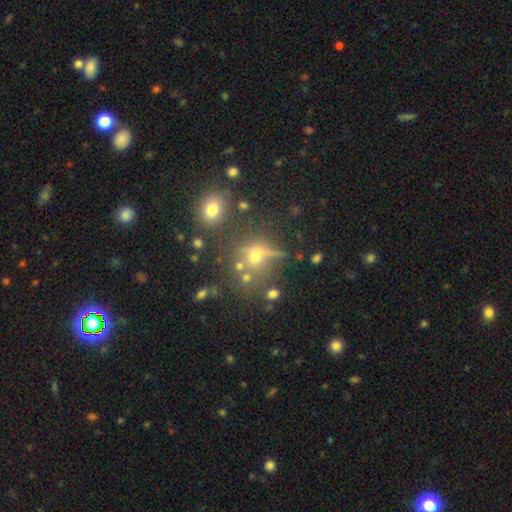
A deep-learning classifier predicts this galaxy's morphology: smooth 48%, star or artifact 28%, featured or disk 24%. Down the decision tree: merging — none (58%).